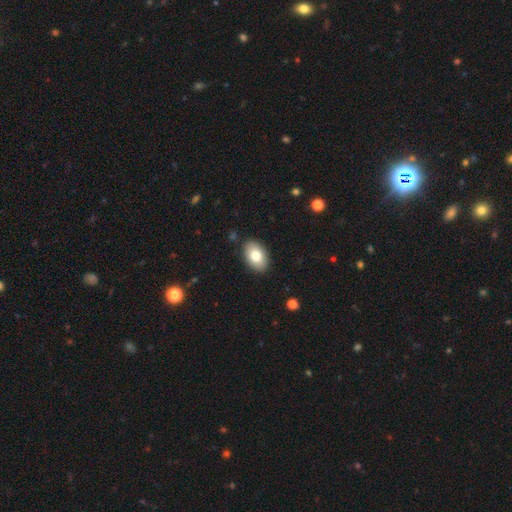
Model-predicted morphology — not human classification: type=smooth (79%); roundness=in between (90%); merging=none (88%).